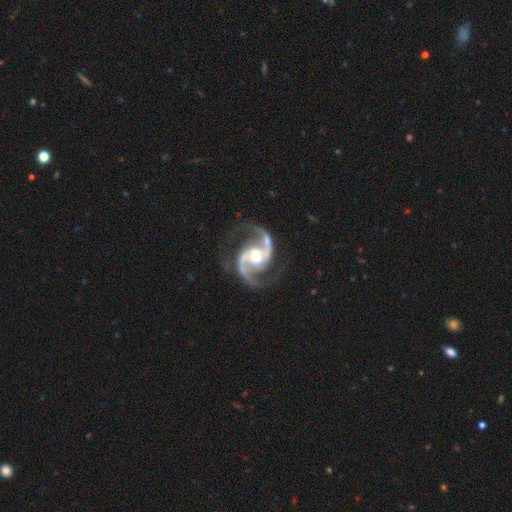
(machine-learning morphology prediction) This appears to be a featured or disk galaxy (94%) with a weak bar (41%), 2 (94%) medium (66%) spiral arms (99%) and a moderate central bulge (67%). Merging: none (78%).